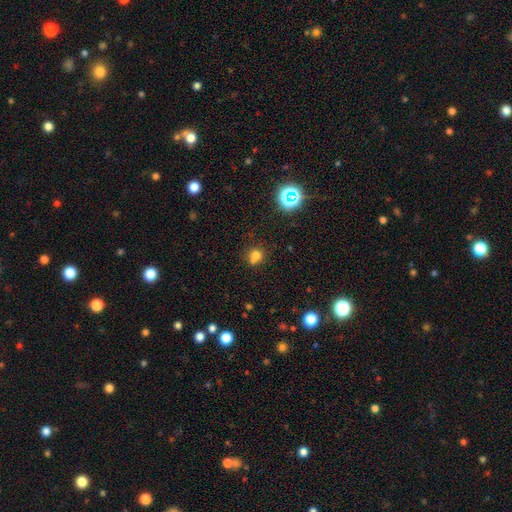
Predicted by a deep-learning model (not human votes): A smooth galaxy with no disk features (71%) that is round (84%).

Vote fractions:
- Smooth or featured? smooth: 71% / star or artifact: 19% / featured or disk: 10%
- How rounded? round: 84% / in between: 15% / cigar-shaped: 1%
- Merging? none: 56% / merger: 28% / minor disturbance: 12% / major disturbance: 4%